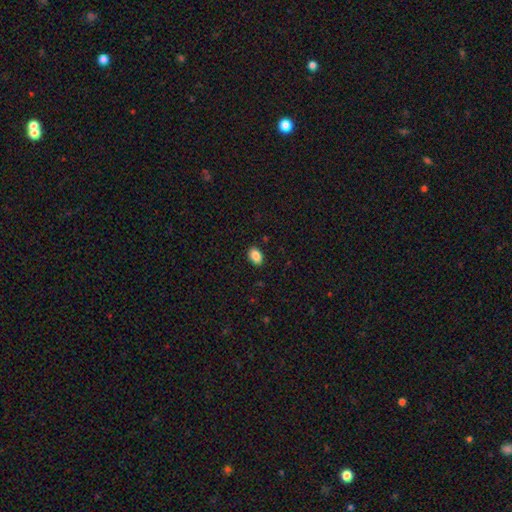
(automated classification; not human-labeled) A smooth galaxy with no disk features (87%) that is in between round and cigar-shaped (82%).

Vote fractions:
- Smooth or featured? smooth: 87% / star or artifact: 8% / featured or disk: 4%
- How rounded? in between: 82% / round: 17% / cigar-shaped: 1%
- Merging? none: 88% / minor disturbance: 9% / major disturbance: 2% / merger: 1%